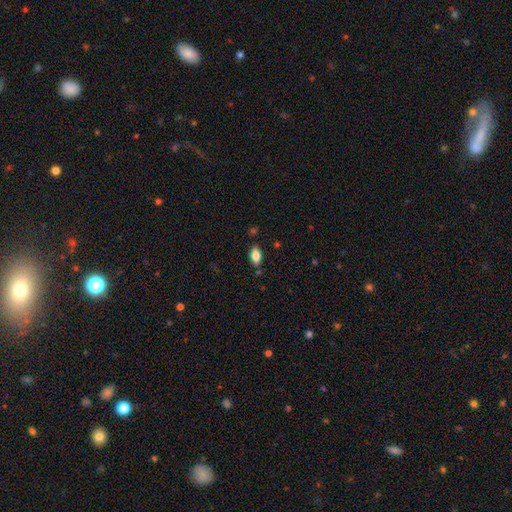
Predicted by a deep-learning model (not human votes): smooth_or_featured: smooth (p=0.82) [alt: featured or disk p=0.10]
how_rounded: in between (p=0.91) [alt: cigar-shaped p=0.05]
merging: none (p=0.83) [alt: minor disturbance p=0.12]